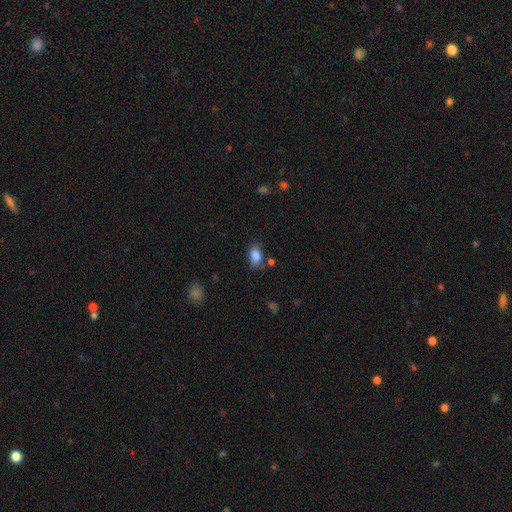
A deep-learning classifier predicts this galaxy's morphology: The model was most divided on "merging": none: 72%, minor disturbance: 17%, merger: 6%, major disturbance: 5%. More confident: how rounded — in between (89%); smooth or featured — smooth (86%).